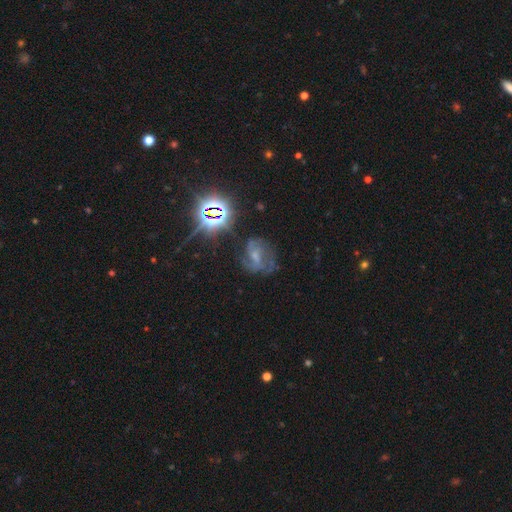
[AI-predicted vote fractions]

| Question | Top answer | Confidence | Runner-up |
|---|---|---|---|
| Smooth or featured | featured or disk | 59% | star or artifact (23%) |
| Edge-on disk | no | 97% | yes (3%) |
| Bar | no | 42% | tied: weak (42%) |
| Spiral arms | yes | 82% | no (18%) |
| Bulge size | small | 44% | moderate (32%) |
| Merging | none | 54% | major disturbance (22%) |